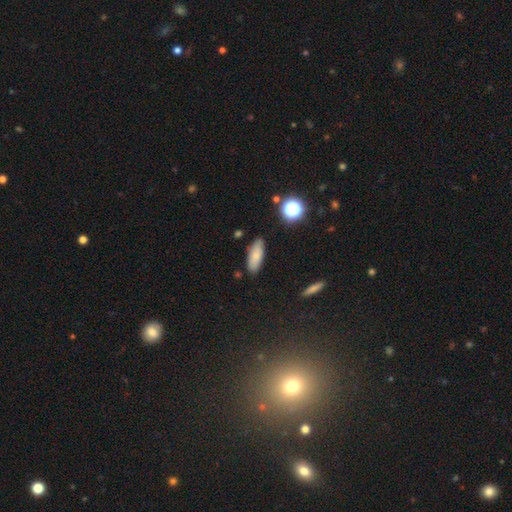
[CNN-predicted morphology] Smooth or featured?
  - smooth: 78% *
  - featured or disk: 13%
  - star or artifact: 9%
How rounded?
  - in between: 72% *
  - cigar-shaped: 26%
  - round: 3%
Merging?
  - none: 82% *
  - minor disturbance: 13%
  - major disturbance: 3%
  - merger: 2%